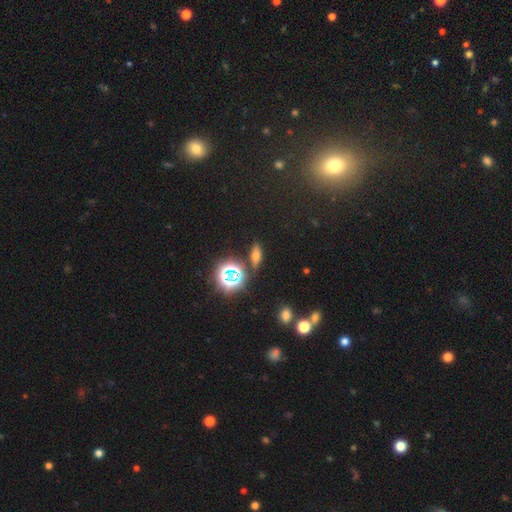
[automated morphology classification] Smooth or featured: smooth — 48% (star or artifact — 33%)
Merging: none — 84% (minor disturbance — 10%)